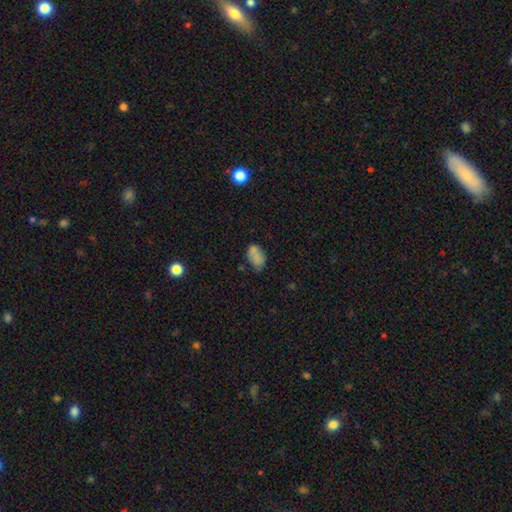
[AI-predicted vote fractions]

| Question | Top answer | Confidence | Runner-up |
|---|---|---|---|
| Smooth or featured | smooth | 75% | featured or disk (14%) |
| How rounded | in between | 87% | round (12%) |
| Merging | none | 54% | minor disturbance (25%) |